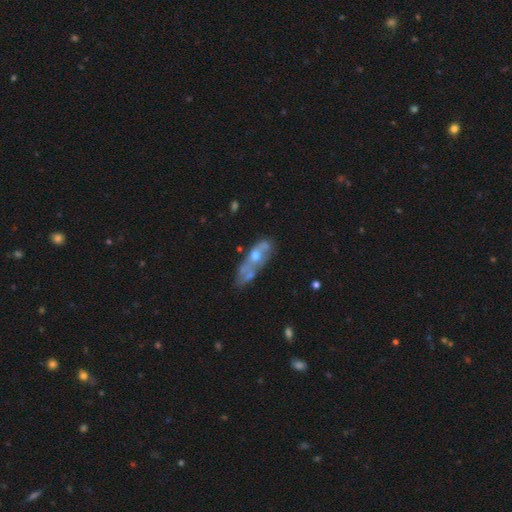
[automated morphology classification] The model was most divided on "merging": none: 46%, minor disturbance: 24%, major disturbance: 15%, merger: 15%. More confident: edge-on disk — no (78%); smooth or featured — featured or disk (61%).